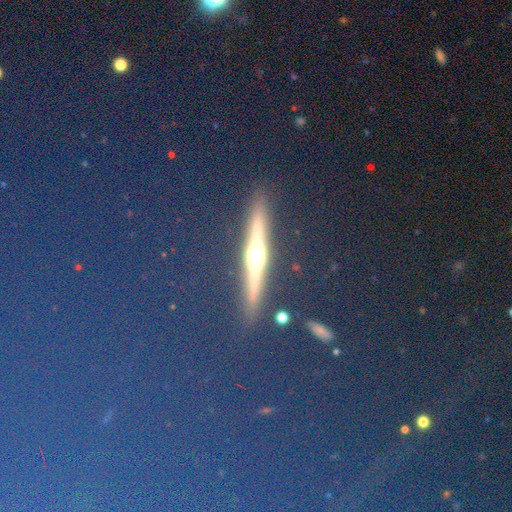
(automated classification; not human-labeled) smooth-or-featured: featured or disk: 45% | star or artifact: 37% | smooth: 19%
  merging: none: 84% | minor disturbance: 8% | major disturbance: 4% | merger: 4%